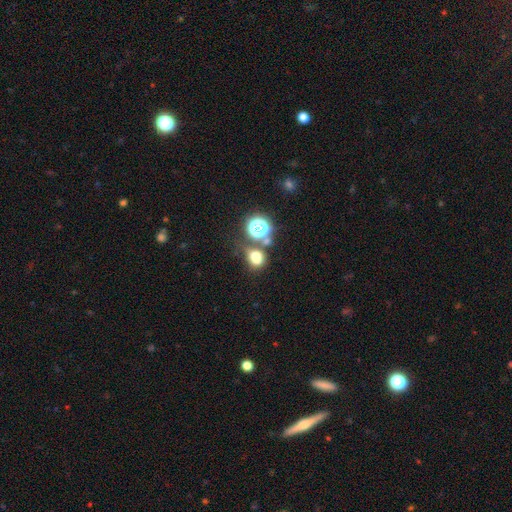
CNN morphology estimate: This appears to be a smooth galaxy with no disk features (66%) that is round (62%). Merging: none (55%).